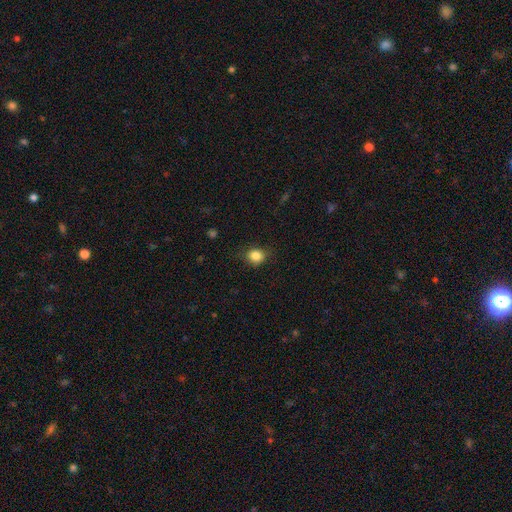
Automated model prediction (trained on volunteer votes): Smooth or featured?
  - smooth: 85% *
  - star or artifact: 10%
  - featured or disk: 5%
How rounded?
  - round: 68% *
  - in between: 31%
  - cigar-shaped: 1%
Merging?
  - none: 78% *
  - minor disturbance: 17%
  - major disturbance: 4%
  - merger: 1%